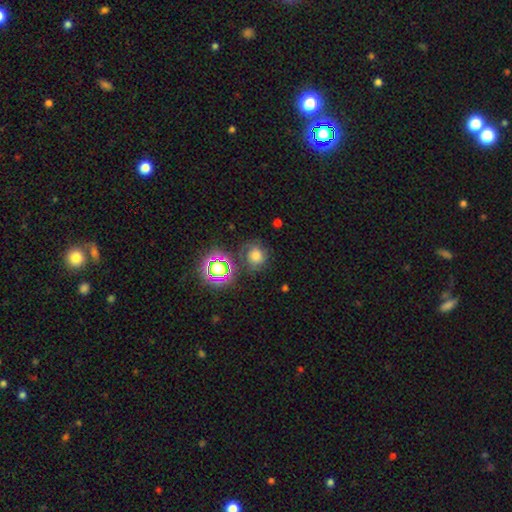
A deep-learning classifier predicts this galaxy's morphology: smooth_or_featured: smooth (p=0.59) [alt: star or artifact p=0.22]
how_rounded: round (p=0.81) [alt: in between p=0.17]
merging: none (p=0.66) [alt: minor disturbance p=0.18]